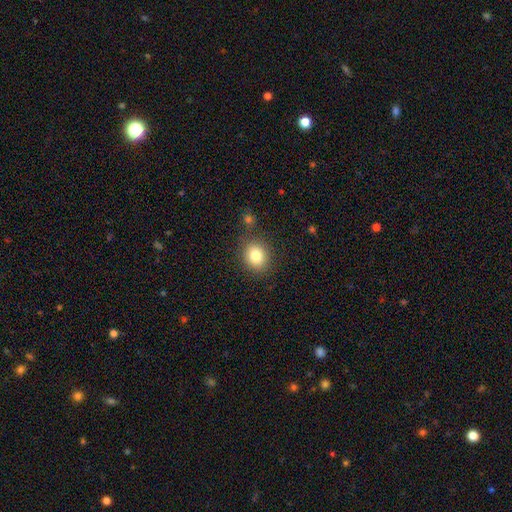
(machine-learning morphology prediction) A smooth galaxy with no disk features (82%) that is round (71%). Merging: none (84%).